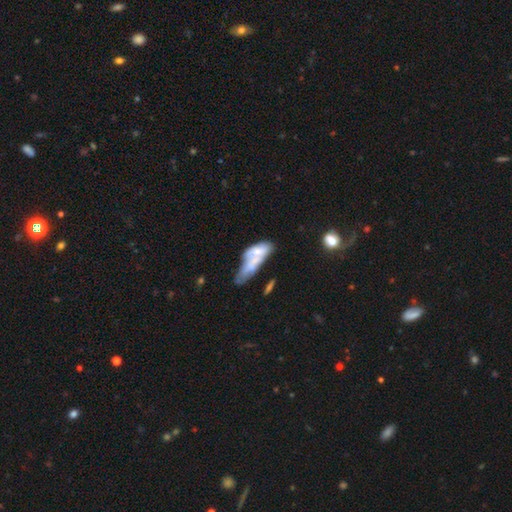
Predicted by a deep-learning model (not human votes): This is possibly a smooth galaxy (56%). How rounded: likely in between (66%). Merging: marginally merger (38%).